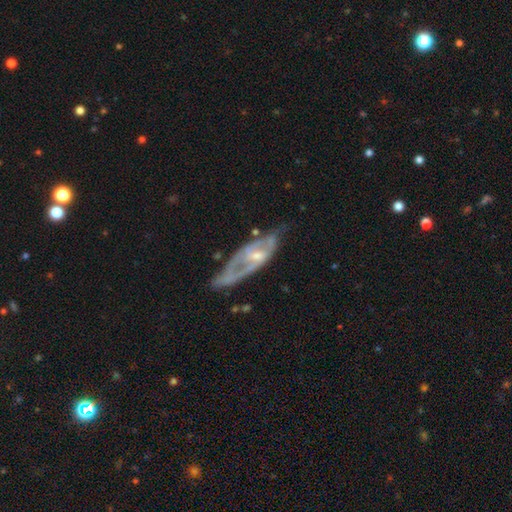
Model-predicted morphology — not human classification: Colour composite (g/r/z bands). It shows a featured or disk galaxy (75%) with no bar (51%), spiral arms (59%) and a small central bulge (53%). Merging: none (44%).